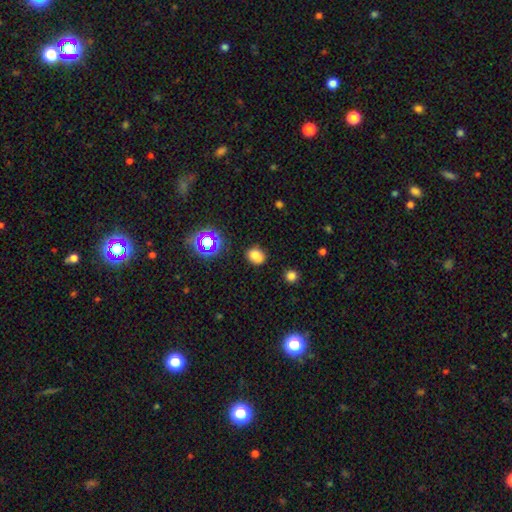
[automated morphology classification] Q: Smooth or featured?
A: smooth (72%); runner-up: star or artifact (19%)
Q: How rounded?
A: in between (50%); runner-up: round (49%)
Q: Merging?
A: none (67%); runner-up: minor disturbance (18%)